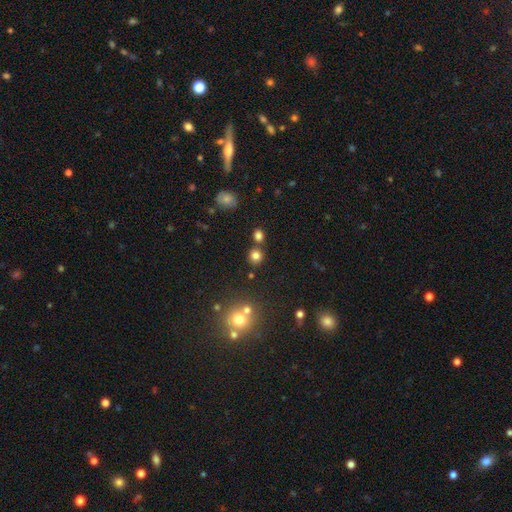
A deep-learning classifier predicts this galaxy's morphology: smooth-or-featured: smooth: 78% | star or artifact: 16% | featured or disk: 6%
  how-rounded: round: 89% | in between: 10% | cigar-shaped: 1%
  merging: none: 77% | merger: 13% | minor disturbance: 7% | major disturbance: 3%